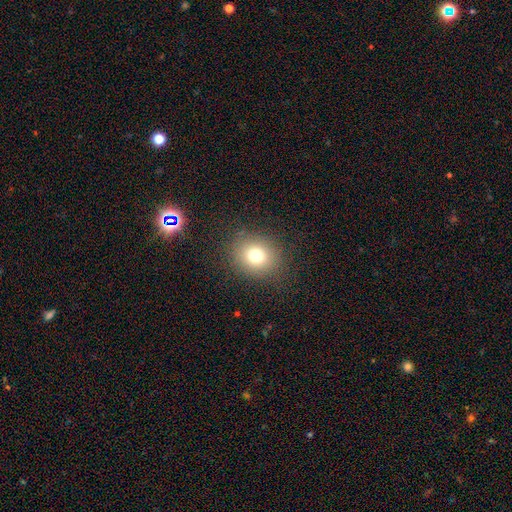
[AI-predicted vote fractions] Q: Smooth or featured?
A: smooth (75%); runner-up: star or artifact (15%)
Q: How rounded?
A: round (74%); runner-up: in between (25%)
Q: Merging?
A: none (87%); runner-up: minor disturbance (8%)